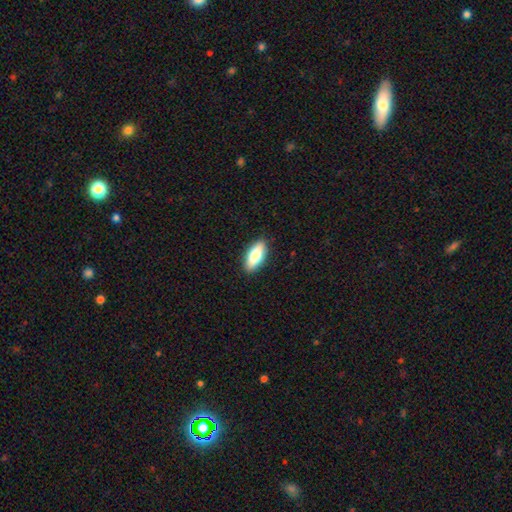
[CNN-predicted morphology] smooth_or_featured: smooth (p=0.73) [alt: featured or disk p=0.21]
how_rounded: in between (p=0.79) [alt: cigar-shaped p=0.19]
merging: none (p=0.89) [alt: minor disturbance p=0.08]